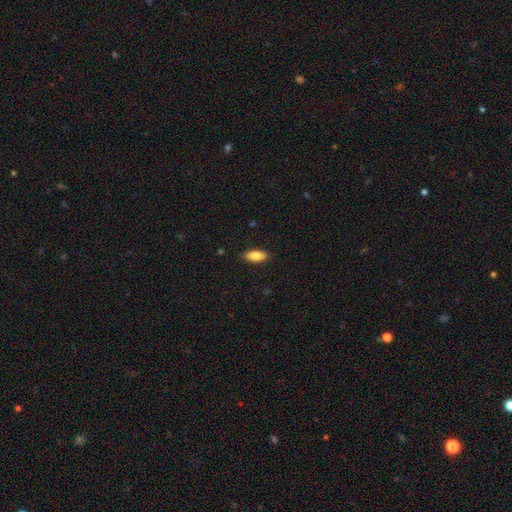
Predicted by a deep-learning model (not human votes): smooth-or-featured: smooth: 82% | featured or disk: 12% | star or artifact: 6%
  how-rounded: in between: 81% | cigar-shaped: 16% | round: 2%
  merging: none: 88% | minor disturbance: 9% | major disturbance: 2% | merger: 1%